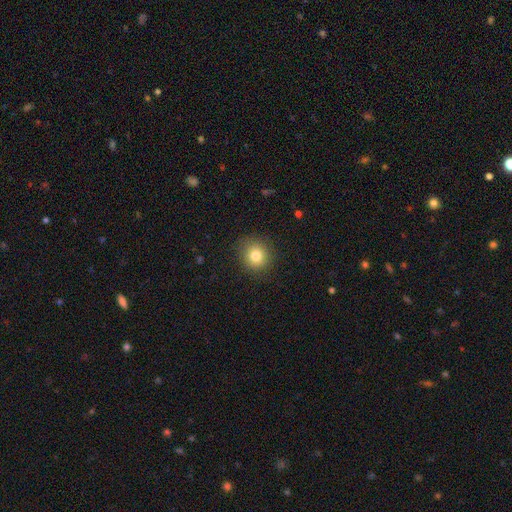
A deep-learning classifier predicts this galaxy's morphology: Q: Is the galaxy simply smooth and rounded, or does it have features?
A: smooth — 80%.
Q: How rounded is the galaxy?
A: round — 89%.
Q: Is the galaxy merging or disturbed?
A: none — 88%.